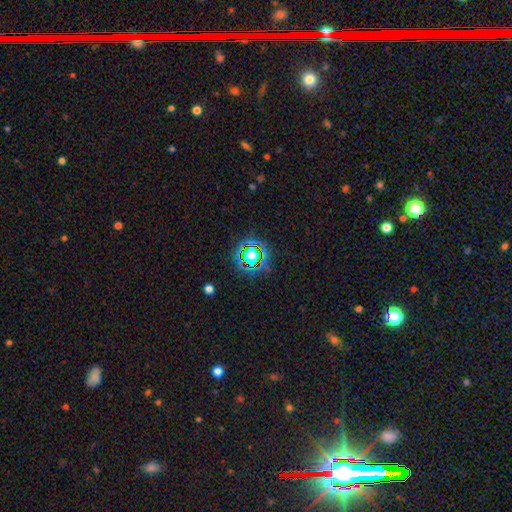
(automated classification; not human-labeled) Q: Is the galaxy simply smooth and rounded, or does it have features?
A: star or artifact — 61%.